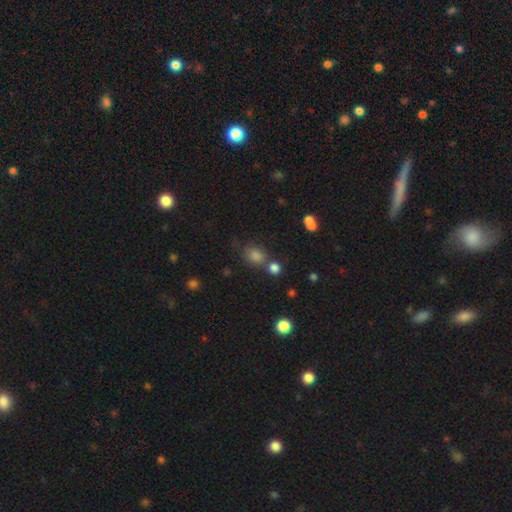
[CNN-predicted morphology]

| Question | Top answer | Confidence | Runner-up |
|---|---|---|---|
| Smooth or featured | smooth | 77% | star or artifact (17%) |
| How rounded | round | 54% | in between (45%) |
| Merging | none | 62% | merger (19%) |